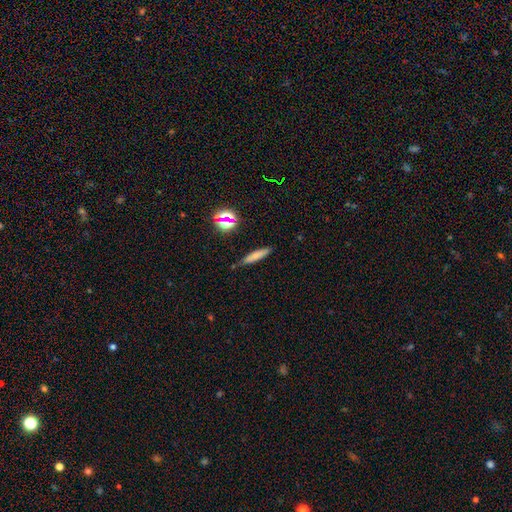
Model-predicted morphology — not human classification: A smooth galaxy with no disk features (70%) that is cigar-shaped (84%).

Vote fractions:
- Smooth or featured? smooth: 70% / featured or disk: 17% / star or artifact: 13%
- How rounded? cigar-shaped: 84% / in between: 13% / round: 3%
- Merging? none: 77% / minor disturbance: 16% / major disturbance: 3% / merger: 3%